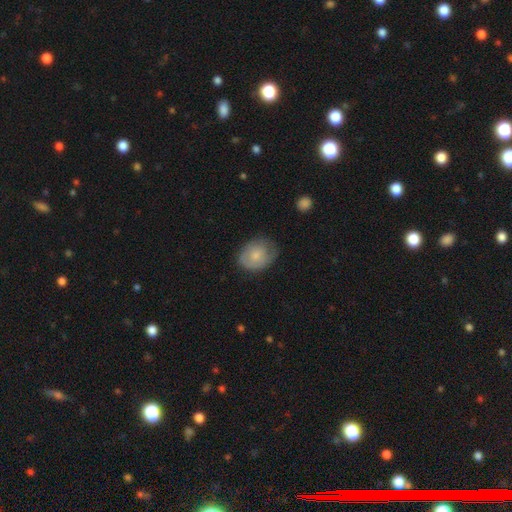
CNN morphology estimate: Smooth or featured? smooth (67%)
How rounded? in between (56%)
Merging? none (62%)